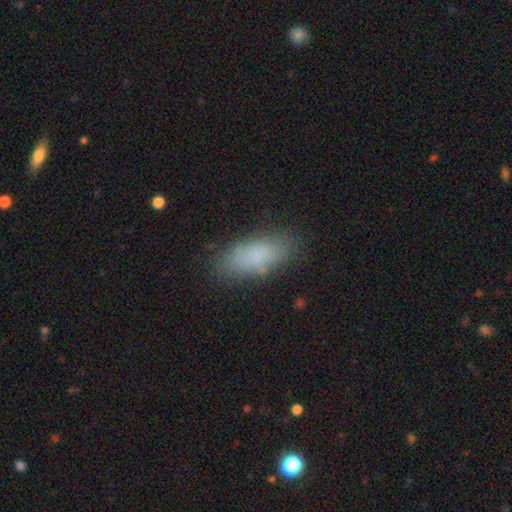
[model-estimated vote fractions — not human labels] Morphology: type=smooth (81%); roundness=in between (82%); merging=none (81%).